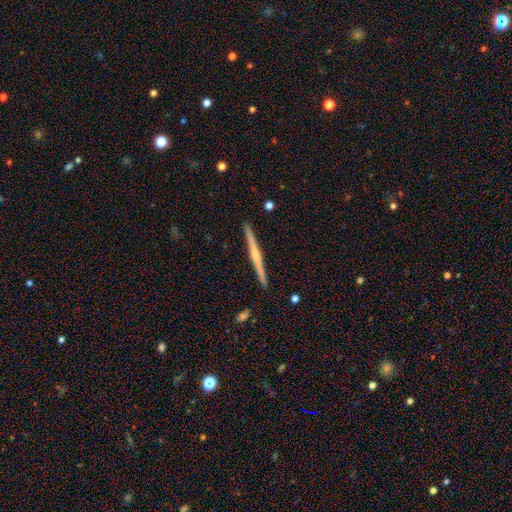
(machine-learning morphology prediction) featured or disk 73%, smooth 22%, star or artifact 5%. Down the decision tree: edge-on disk — yes (99%); edge-on bulge — rounded (65%); merging — none (93%).